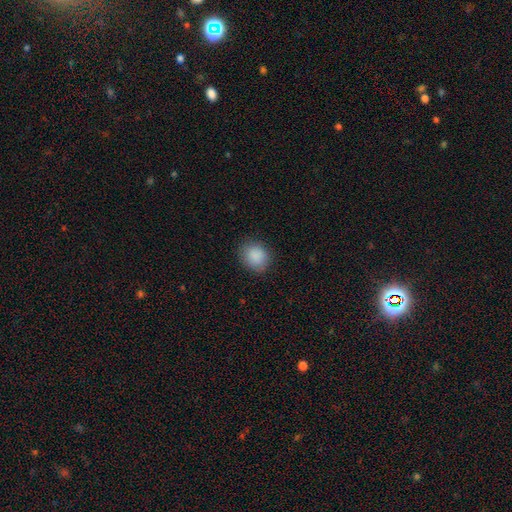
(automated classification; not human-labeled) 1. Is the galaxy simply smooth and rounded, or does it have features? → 89% smooth, 8% star or artifact, 3% featured or disk.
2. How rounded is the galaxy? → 68% round, 31% in between, 1% cigar-shaped.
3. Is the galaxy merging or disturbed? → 85% none, 11% minor disturbance, 3% major disturbance, 1% merger.